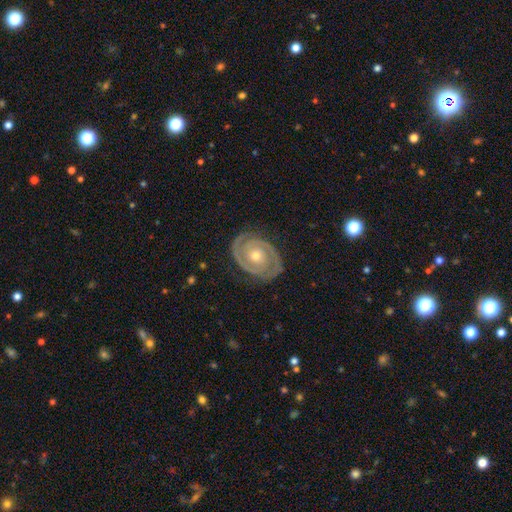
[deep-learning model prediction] Smooth or featured?
  - featured or disk: 91% *
  - smooth: 5%
  - star or artifact: 4%
Edge-on disk?
  - no: 97% *
  - yes: 3%
Bar?
  - no: 74% *
  - weak: 18%
  - strong: 7%
Spiral arms?
  - yes: 97% *
  - no: 3%
Spiral winding?
  - tight: 75% *
  - medium: 22%
  - loose: 3%
Spiral arm count?
  - 2: 91% *
  - can't tell: 3%
  - 3: 2%
  - 1: 1%
  - 4: 1%
  - more than 4: 1%
Bulge size?
  - moderate: 52% *
  - small: 45%
  - large: 1%
  - none: 1%
  - dominant: 1%
Merging?
  - none: 85% *
  - minor disturbance: 11%
  - major disturbance: 3%
  - merger: 1%